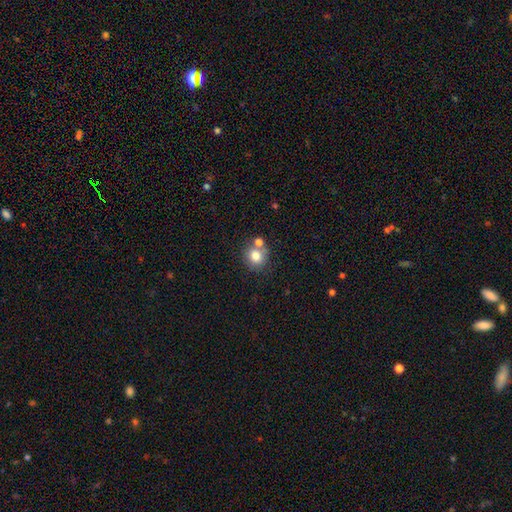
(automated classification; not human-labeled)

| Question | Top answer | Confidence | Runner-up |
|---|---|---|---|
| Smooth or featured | smooth | 79% | featured or disk (11%) |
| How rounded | round | 82% | in between (17%) |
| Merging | none | 62% | merger (24%) |